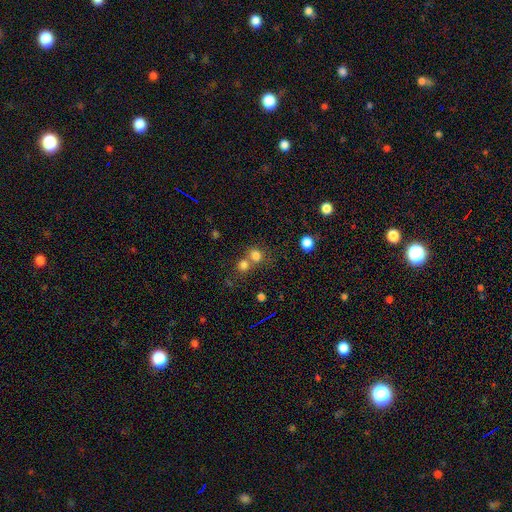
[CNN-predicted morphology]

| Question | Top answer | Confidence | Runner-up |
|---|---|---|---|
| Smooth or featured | smooth | 76% | star or artifact (15%) |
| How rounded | round | 73% | in between (26%) |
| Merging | none | 46% | merger (43%) |